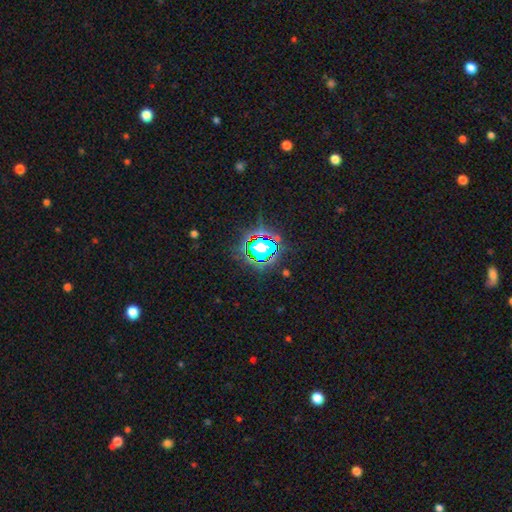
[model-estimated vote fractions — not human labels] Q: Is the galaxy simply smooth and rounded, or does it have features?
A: star or artifact — 64%.